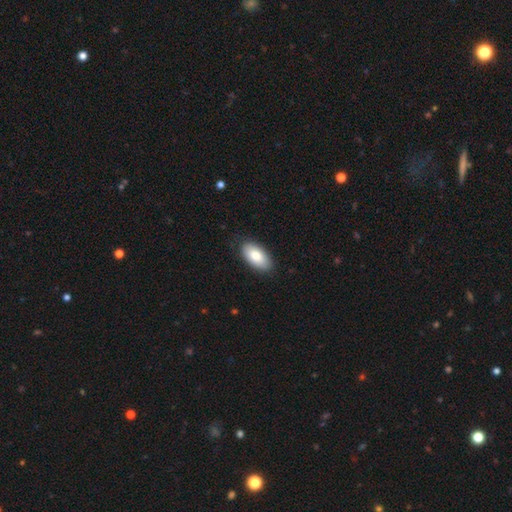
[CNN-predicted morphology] Smooth or featured?
  - smooth: 83% *
  - featured or disk: 11%
  - star or artifact: 6%
How rounded?
  - in between: 95% *
  - cigar-shaped: 3%
  - round: 2%
Merging?
  - none: 86% *
  - minor disturbance: 11%
  - major disturbance: 2%
  - merger: 1%